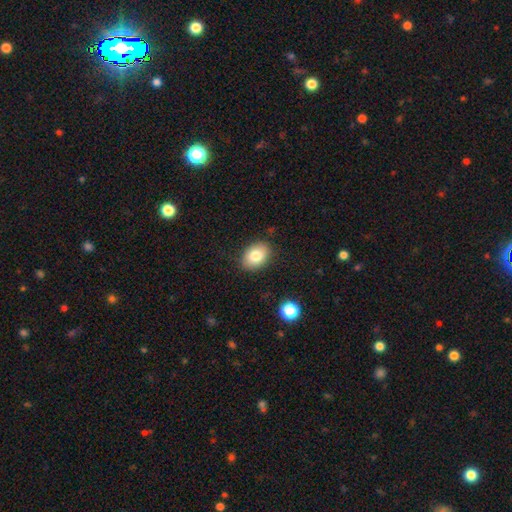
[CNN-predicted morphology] smooth 81%, featured or disk 11%, star or artifact 9%. Down the decision tree: how rounded — in between (75%); merging — none (86%).